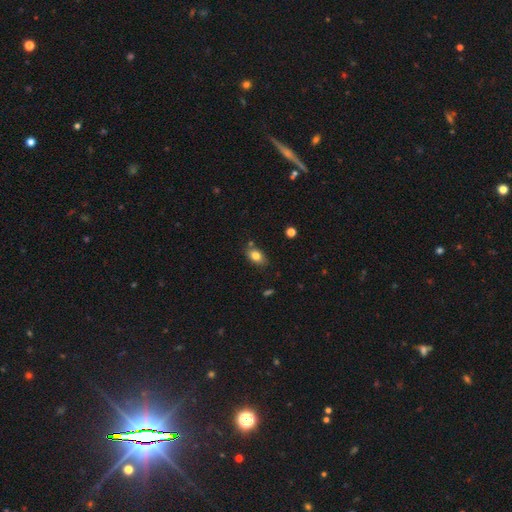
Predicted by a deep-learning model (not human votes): smooth 81%, featured or disk 10%, star or artifact 9%. Down the decision tree: how rounded — in between (86%); merging — none (76%).